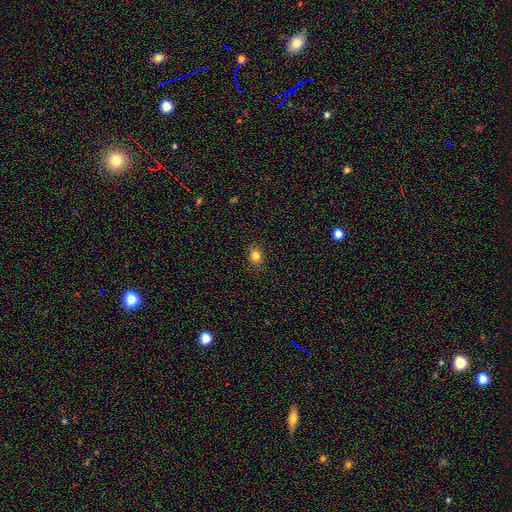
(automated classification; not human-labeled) smooth-or-featured: smooth: 81% | star or artifact: 12% | featured or disk: 6%
  how-rounded: round: 49% (tied) | in between: 49% (tied) | cigar-shaped: 1%
  merging: none: 87% | minor disturbance: 10% | major disturbance: 2% | merger: 1%